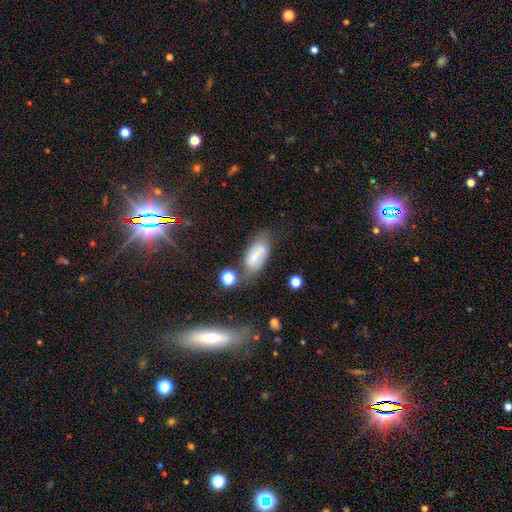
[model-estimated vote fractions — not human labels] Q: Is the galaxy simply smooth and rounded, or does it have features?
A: smooth — 53%.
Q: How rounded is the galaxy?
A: in between — 82%.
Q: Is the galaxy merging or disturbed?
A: none — 53%.